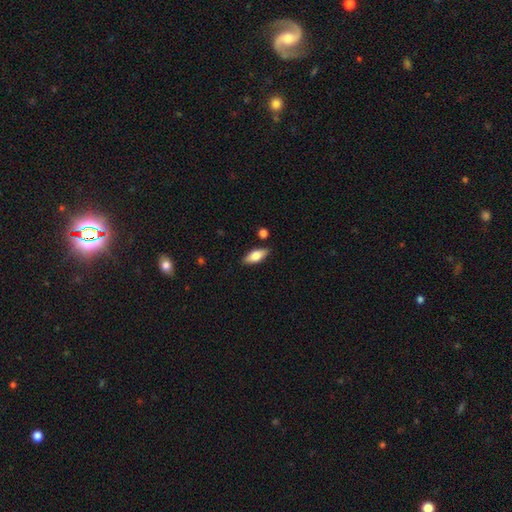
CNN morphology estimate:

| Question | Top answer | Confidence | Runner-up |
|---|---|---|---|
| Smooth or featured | smooth | 69% | featured or disk (24%) |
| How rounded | in between | 76% | cigar-shaped (21%) |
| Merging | none | 85% | minor disturbance (10%) |